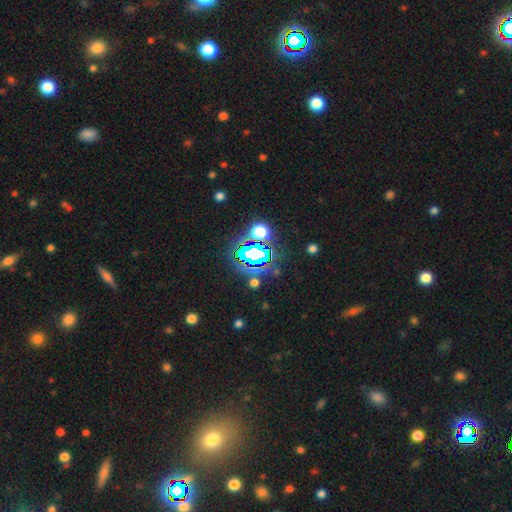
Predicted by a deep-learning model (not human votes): This appears to be a star or artifact, not a galaxy (76%).